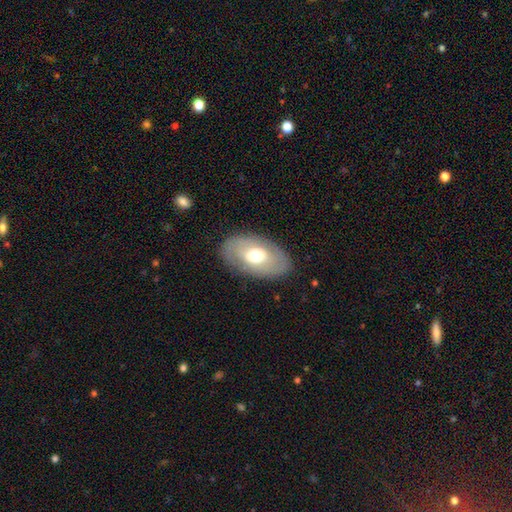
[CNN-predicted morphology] This is possibly a smooth galaxy (53%). How rounded: clearly in between (92%). Merging: clearly none (83%).